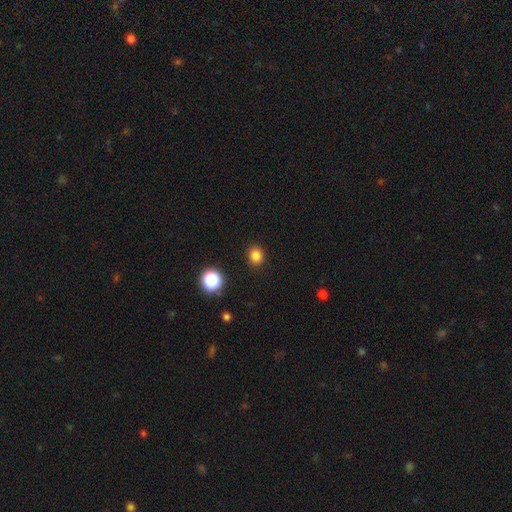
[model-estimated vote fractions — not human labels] Smooth or featured? smooth (82%)
How rounded? round (76%)
Merging? none (91%)